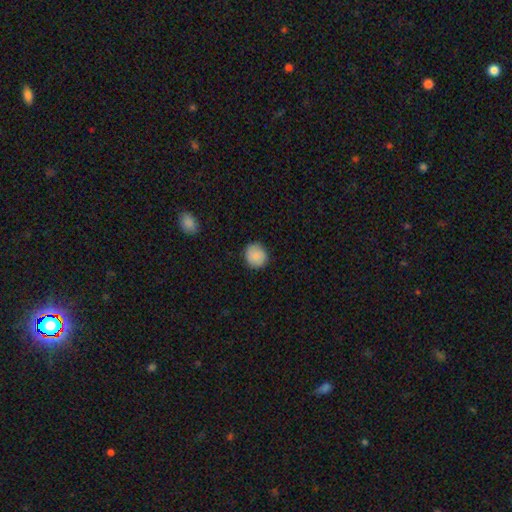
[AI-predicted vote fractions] Smooth or featured?
  - smooth: 88% *
  - star or artifact: 7%
  - featured or disk: 5%
How rounded?
  - round: 87% *
  - in between: 12%
  - cigar-shaped: 1%
Merging?
  - none: 88% *
  - minor disturbance: 9%
  - major disturbance: 2%
  - merger: 1%